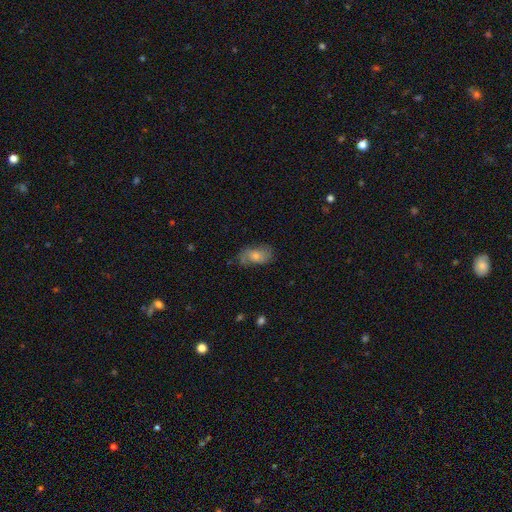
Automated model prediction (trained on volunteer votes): smooth_or_featured: smooth (p=0.48) [alt: featured or disk p=0.39]
merging: none (p=0.66) [alt: minor disturbance p=0.23]